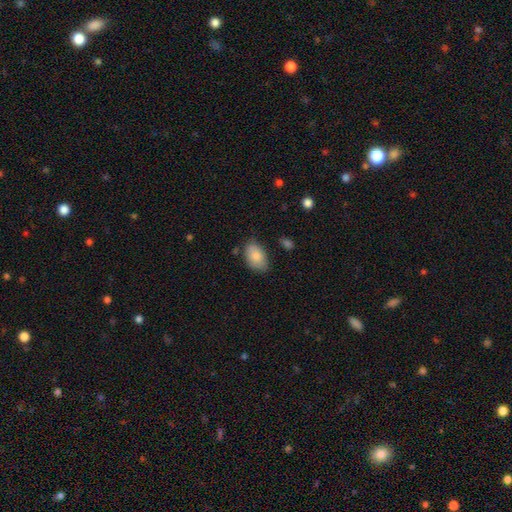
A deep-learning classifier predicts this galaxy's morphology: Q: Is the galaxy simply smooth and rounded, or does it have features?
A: smooth — 83%.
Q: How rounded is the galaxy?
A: in between — 91%.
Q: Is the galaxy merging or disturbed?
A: none — 68%.